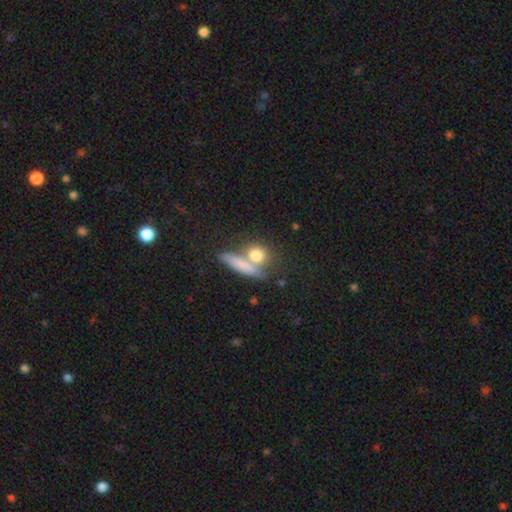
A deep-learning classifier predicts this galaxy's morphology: Smooth or featured? smooth (77%)
How rounded? round (62%)
Merging? none (49%)